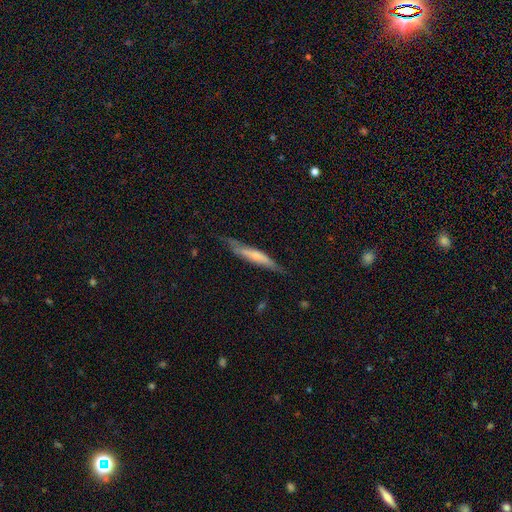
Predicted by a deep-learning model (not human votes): Smooth or featured? smooth (49%)
Merging? none (67%)